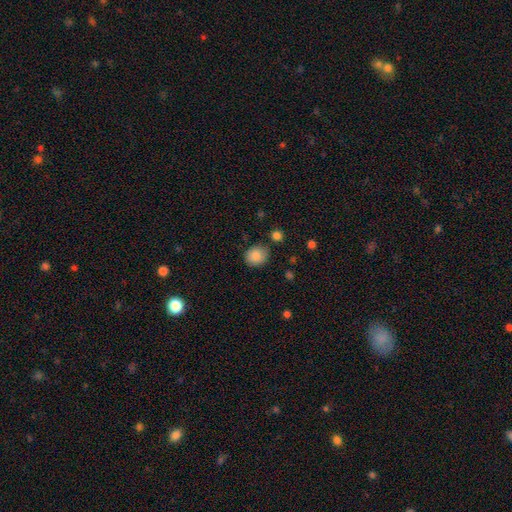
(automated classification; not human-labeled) Overall: smooth (86%). How rounded: round (72%). Merging: none (77%).